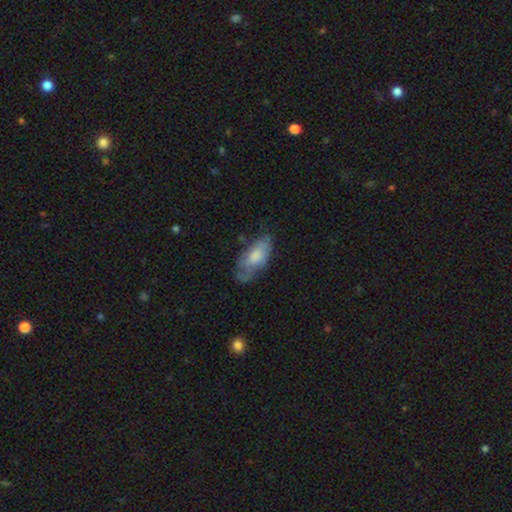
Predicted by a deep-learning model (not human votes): This is likely a smooth galaxy (63%). How rounded: clearly in between (88%). Merging: possibly none (46%).